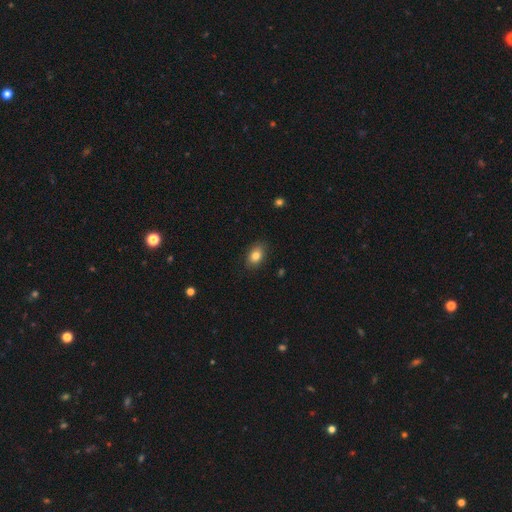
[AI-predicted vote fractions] Overall: smooth (82%). How rounded: in between (82%). Merging: none (86%).